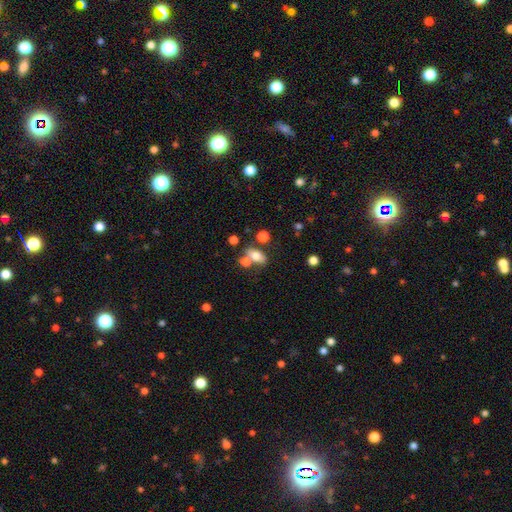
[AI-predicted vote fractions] This is likely a smooth galaxy (70%). How rounded: likely in between (80%). Merging: possibly none (50%).